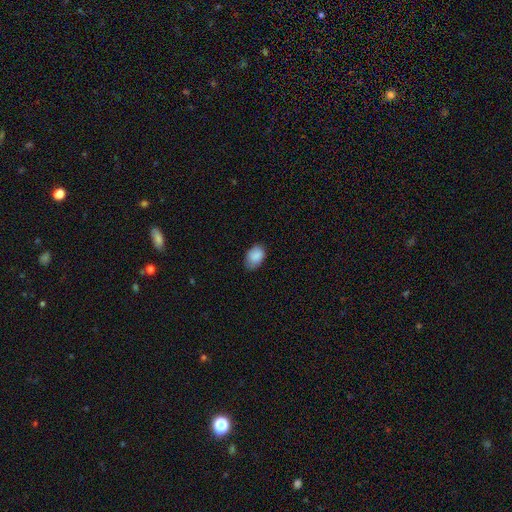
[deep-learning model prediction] The model was most divided on "merging": none: 73%, minor disturbance: 22%, major disturbance: 3%, merger: 1%. More confident: smooth or featured — smooth (88%); how rounded — in between (87%).